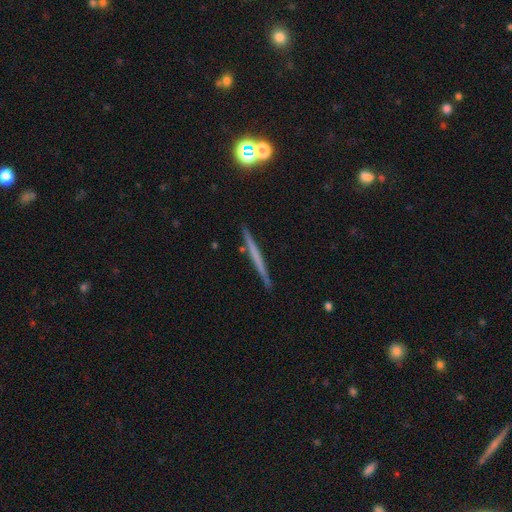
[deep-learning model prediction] Smooth or featured: featured or disk — 50% (smooth — 42%)
Merging: none — 90% (minor disturbance — 7%)